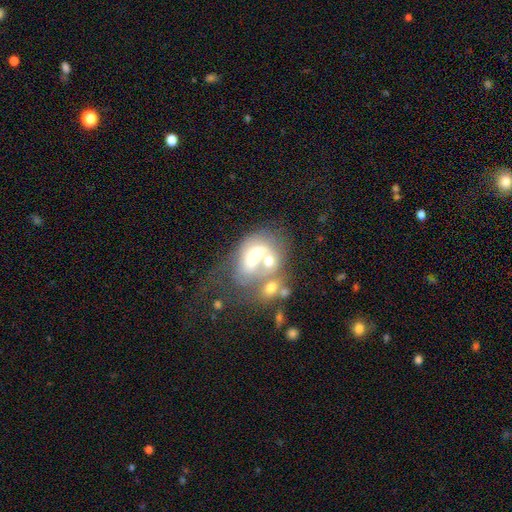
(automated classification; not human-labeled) Smooth or featured: featured or disk — 50% (smooth — 37%)
Merging: merger — 62% (none — 15%)